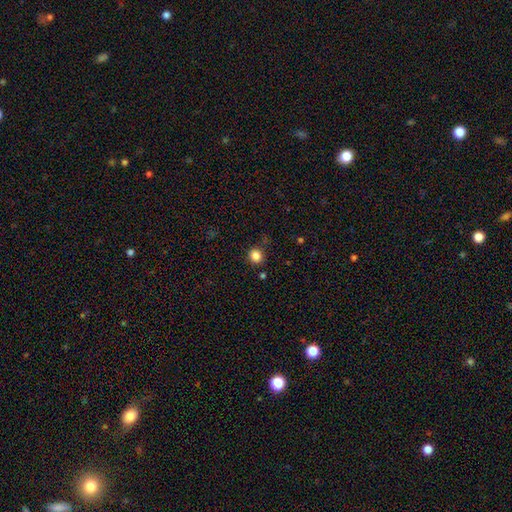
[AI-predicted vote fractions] Smooth or featured?
  - smooth: 84% *
  - star or artifact: 12%
  - featured or disk: 4%
How rounded?
  - round: 84% *
  - in between: 15%
  - cigar-shaped: 1%
Merging?
  - none: 82% *
  - minor disturbance: 11%
  - major disturbance: 3%
  - merger: 3%